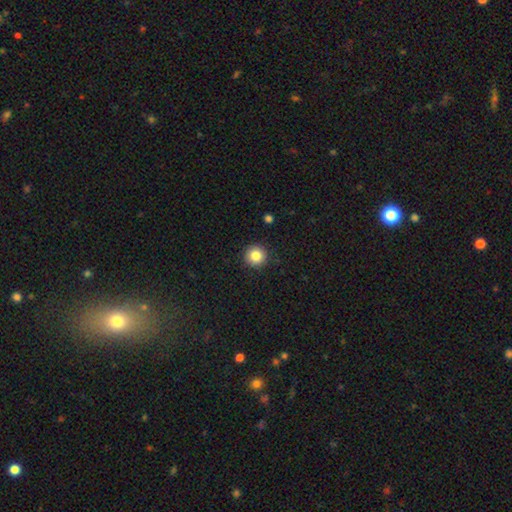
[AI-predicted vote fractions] smooth-or-featured: smooth: 84% | star or artifact: 10% | featured or disk: 6%
  how-rounded: round: 95% | in between: 4% | cigar-shaped: 1%
  merging: none: 92% | minor disturbance: 5% | major disturbance: 2% | merger: 1%